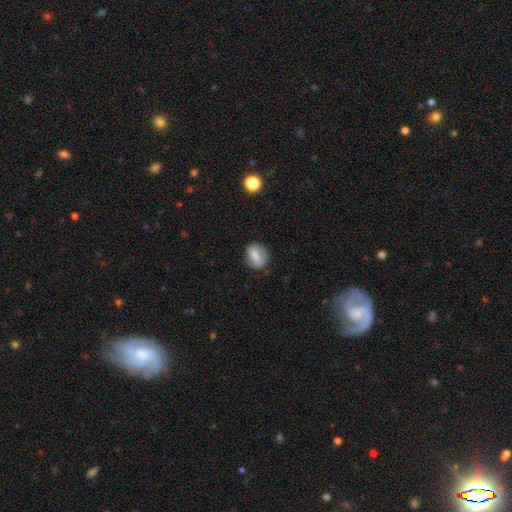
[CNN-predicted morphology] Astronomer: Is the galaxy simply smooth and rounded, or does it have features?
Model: smooth — 72%.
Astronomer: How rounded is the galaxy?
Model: in between — 55% (runner-up: round, 43%).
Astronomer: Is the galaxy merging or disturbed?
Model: none — 73%.